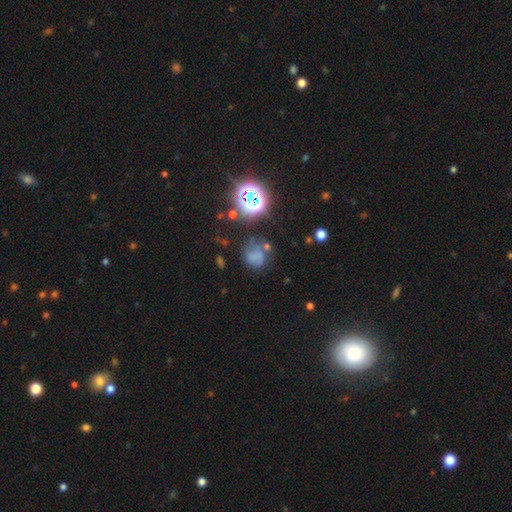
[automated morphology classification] A smooth galaxy with no disk features (54%) that is round (75%). Merging: none (49%).